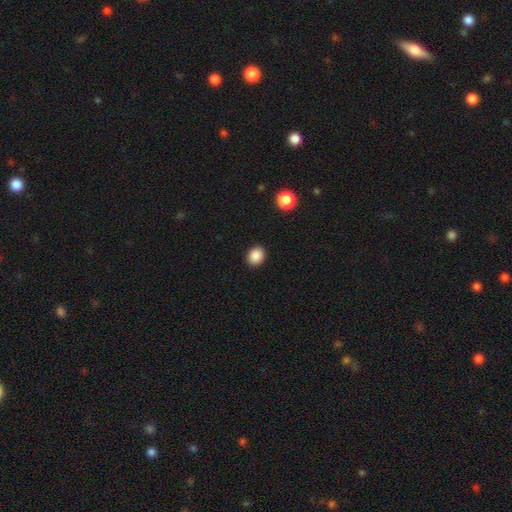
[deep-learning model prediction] Smooth or featured?
  - smooth: 88% *
  - star or artifact: 9%
  - featured or disk: 3%
How rounded?
  - round: 58% *
  - in between: 41%
  - cigar-shaped: 1%
Merging?
  - none: 91% *
  - minor disturbance: 6%
  - major disturbance: 2%
  - merger: 1%